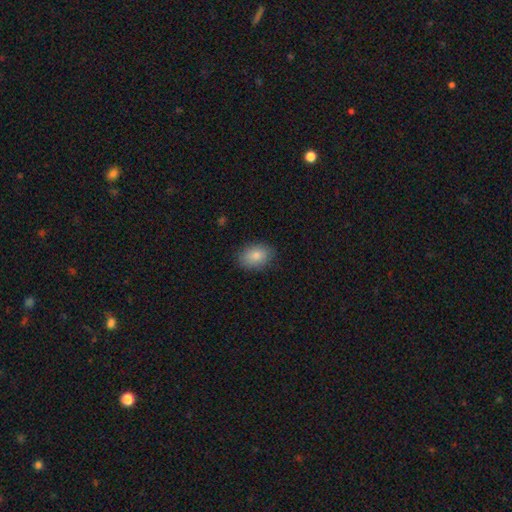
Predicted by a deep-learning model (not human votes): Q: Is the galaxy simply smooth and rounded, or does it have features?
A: smooth — 86%.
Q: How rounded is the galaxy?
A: in between — 79%.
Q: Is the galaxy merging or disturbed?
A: none — 86%.